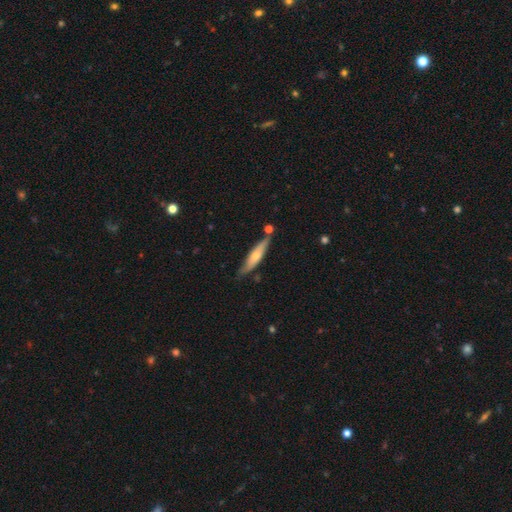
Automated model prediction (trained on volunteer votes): This appears to be a smooth galaxy with no disk features (52%) that is cigar-shaped (84%). Merging: none (71%).